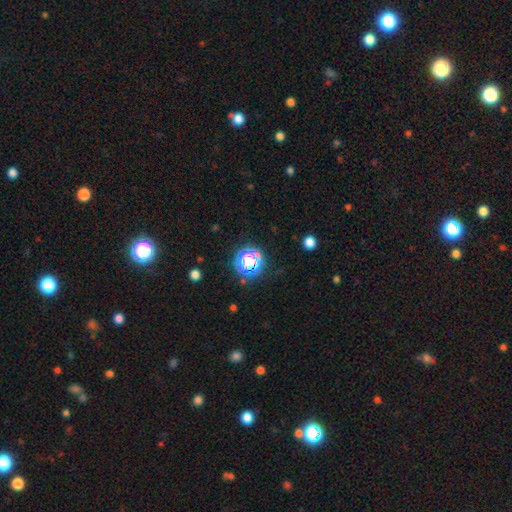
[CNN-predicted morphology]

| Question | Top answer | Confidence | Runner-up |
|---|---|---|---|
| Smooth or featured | star or artifact | 64% | smooth (26%) |